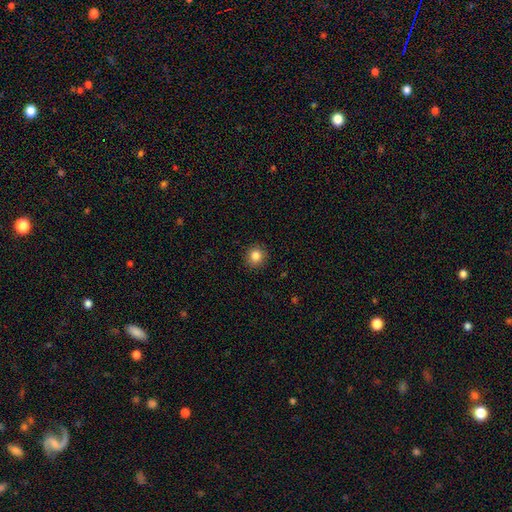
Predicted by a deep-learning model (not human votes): The model was most divided on "smooth or featured": smooth: 84%, star or artifact: 11%, featured or disk: 6%. More confident: merging — none (91%); how rounded — round (91%).